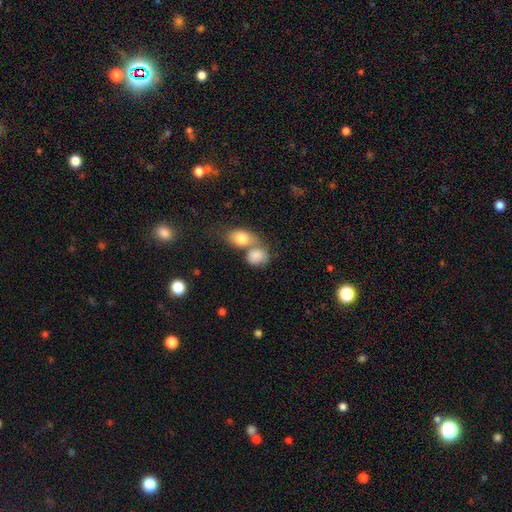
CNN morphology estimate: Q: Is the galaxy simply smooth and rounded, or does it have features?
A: smooth — 83%.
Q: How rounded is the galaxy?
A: in between — 55%.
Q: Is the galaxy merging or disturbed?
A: merger — 60%.